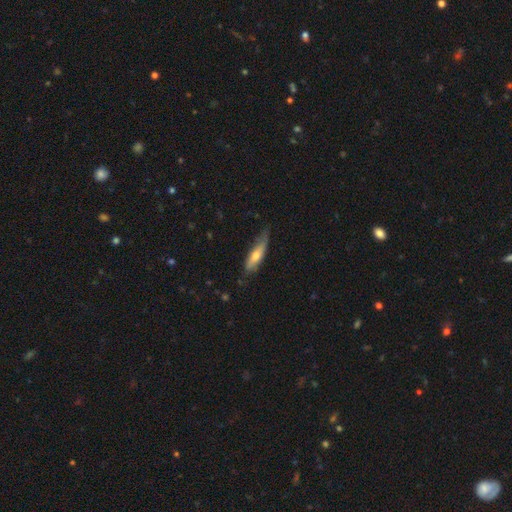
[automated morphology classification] A smooth galaxy with no disk features (62%) that is cigar-shaped (62%). Merging: none (56%).